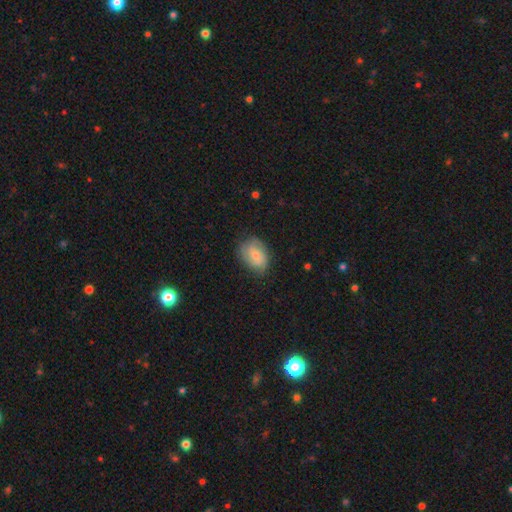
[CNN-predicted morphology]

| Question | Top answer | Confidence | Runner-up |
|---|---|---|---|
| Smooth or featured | featured or disk | 49% | smooth (44%) |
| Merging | none | 70% | minor disturbance (22%) |